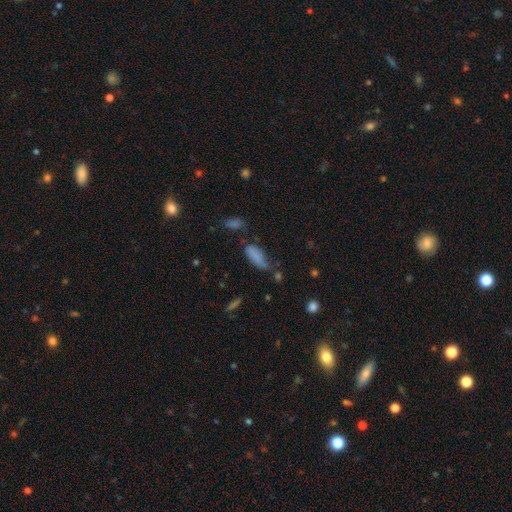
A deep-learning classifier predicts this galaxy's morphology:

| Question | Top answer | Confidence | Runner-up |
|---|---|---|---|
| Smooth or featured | smooth | 79% | featured or disk (11%) |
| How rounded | in between | 76% | cigar-shaped (21%) |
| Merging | none | 42% | minor disturbance (31%) |